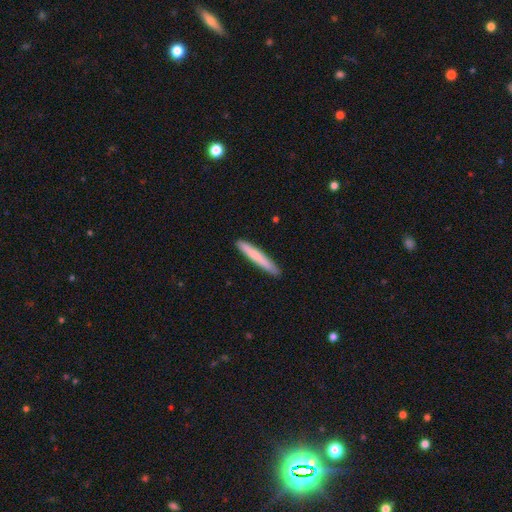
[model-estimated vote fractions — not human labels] This is likely a smooth galaxy (75%). How rounded: clearly cigar-shaped (96%). Merging: clearly none (91%).